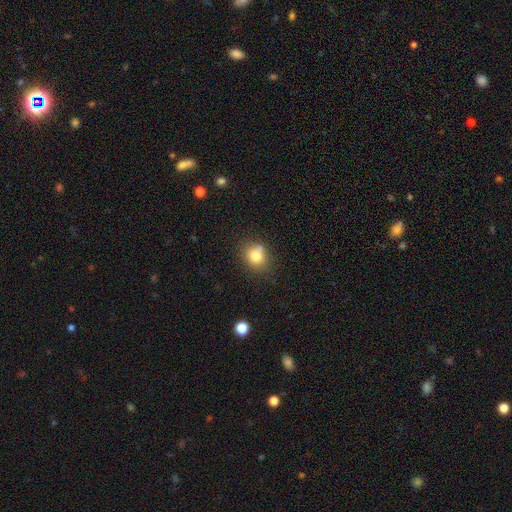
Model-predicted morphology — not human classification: Smooth or featured: smooth — 77% (star or artifact — 12%)
How rounded: round — 68% (in between — 31%)
Merging: none — 62% (minor disturbance — 18%)